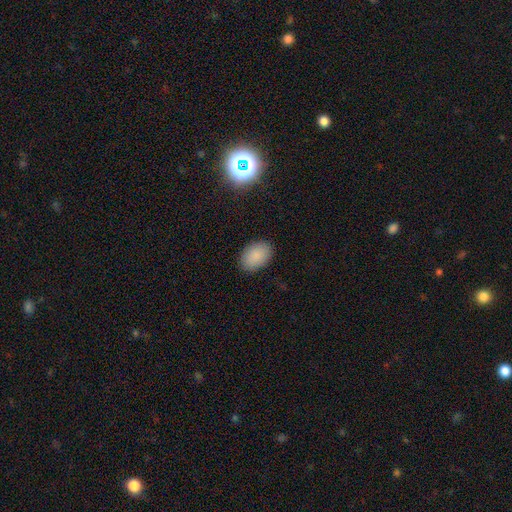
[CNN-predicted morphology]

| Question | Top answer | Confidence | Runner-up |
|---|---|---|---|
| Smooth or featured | smooth | 89% | star or artifact (7%) |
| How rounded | in between | 87% | round (11%) |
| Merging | none | 89% | minor disturbance (8%) |